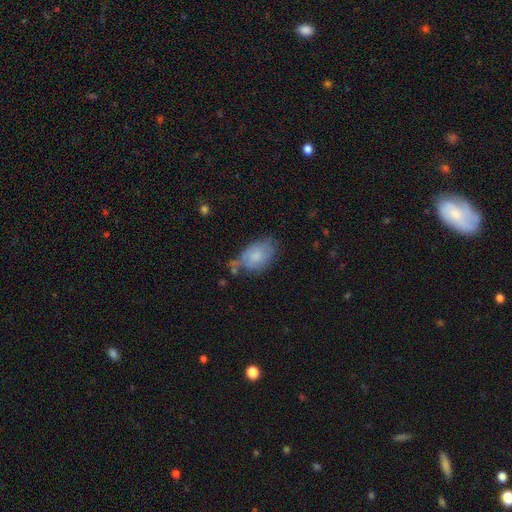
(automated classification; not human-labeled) A smooth galaxy with no disk features (74%) that is in between round and cigar-shaped (87%). Merging: none (44%).